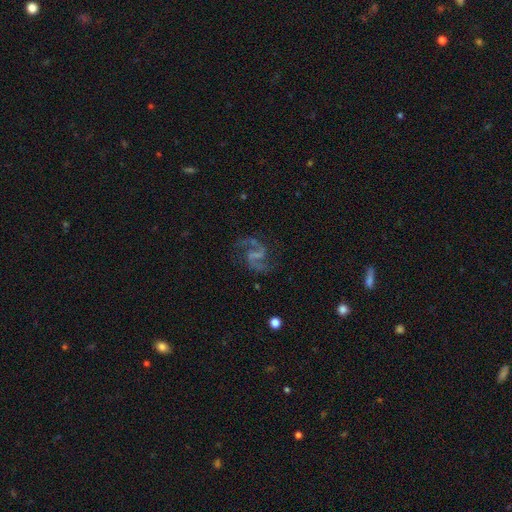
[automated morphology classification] Overall: featured or disk (90%). Edge-on disk: no (98%). Bar: weak (49%; strong 28%). Spiral arms: yes (97%). Spiral arm count: 2 (94%). Spiral winding: medium (48%; loose 44%). Bulge size: none (61%; small 26%). Merging: none (75%).